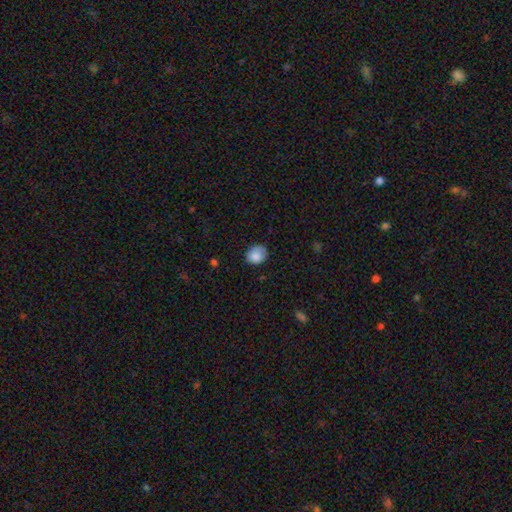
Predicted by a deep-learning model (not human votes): Overall: smooth (86%). How rounded: round (56%; in between 43%). Merging: none (70%).